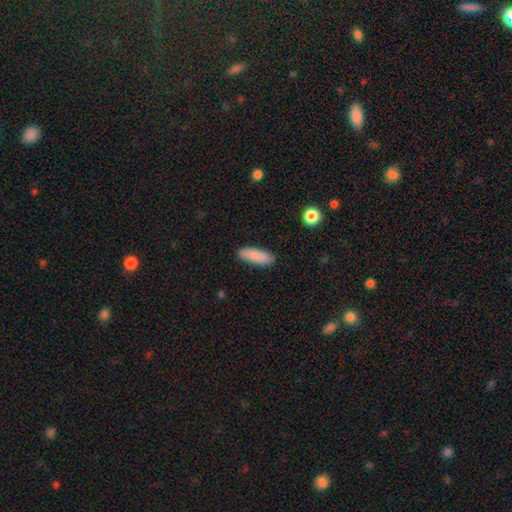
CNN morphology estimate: This appears to be a smooth galaxy with no disk features (86%) that is in between round and cigar-shaped (67%). Merging: none (85%).